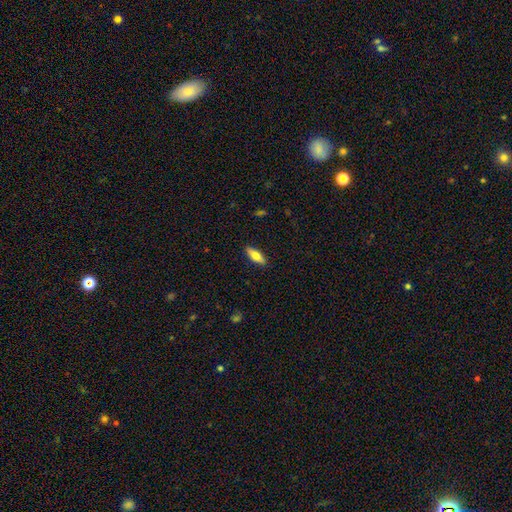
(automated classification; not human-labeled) A smooth galaxy with no disk features (64%) that is in between round and cigar-shaped (62%). Merging: none (89%).